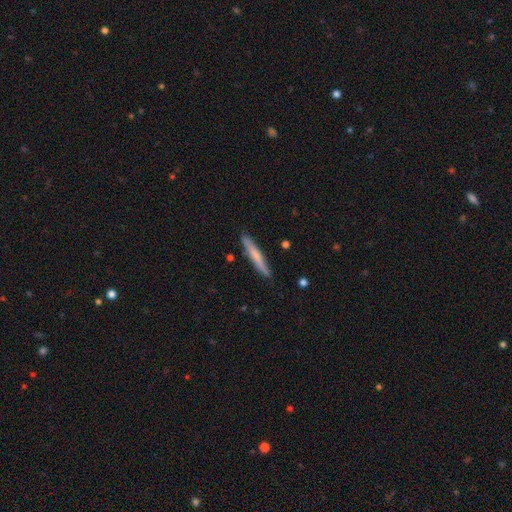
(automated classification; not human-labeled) Smooth or featured? Predicted: smooth (p=0.64). How rounded? Predicted: cigar-shaped (p=0.95). Merging? Predicted: none (p=0.88).